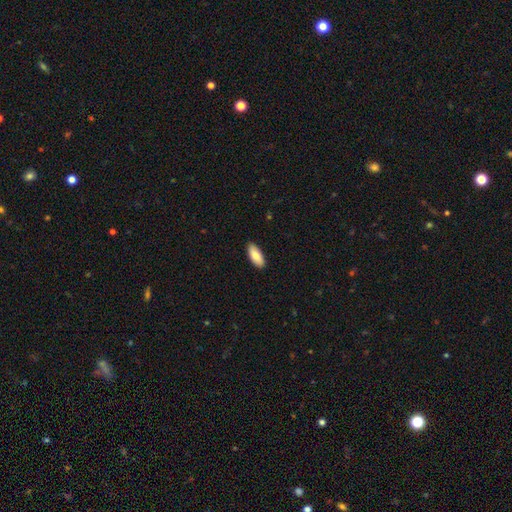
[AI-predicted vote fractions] Smooth or featured? smooth (83%)
How rounded? in between (84%)
Merging? none (90%)